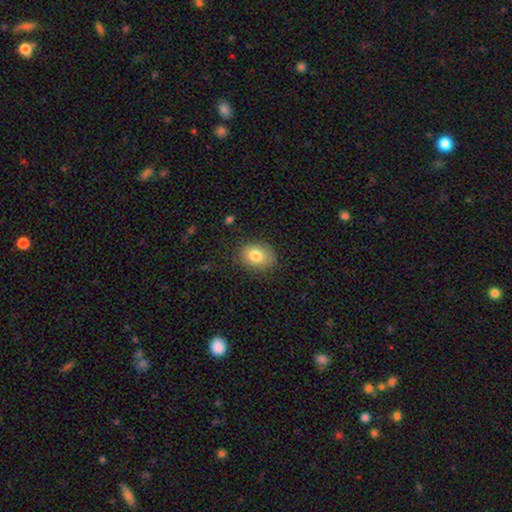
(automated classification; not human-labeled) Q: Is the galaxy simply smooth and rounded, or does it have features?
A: smooth — 82%.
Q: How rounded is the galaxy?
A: in between — 67%.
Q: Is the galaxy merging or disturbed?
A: none — 83%.